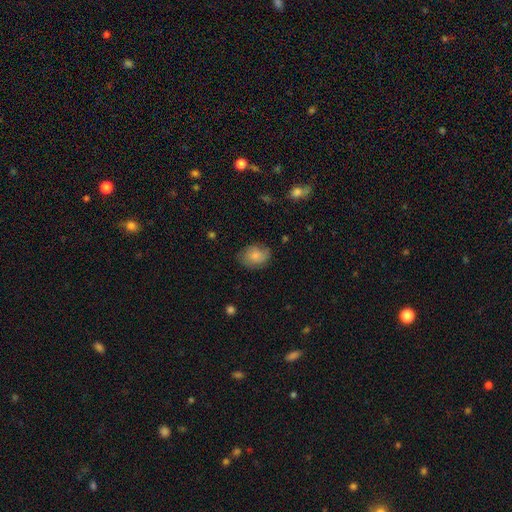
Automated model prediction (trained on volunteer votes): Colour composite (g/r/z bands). It shows a smooth galaxy with no disk features (74%) that is in between round and cigar-shaped (61%). Merging: none (72%).